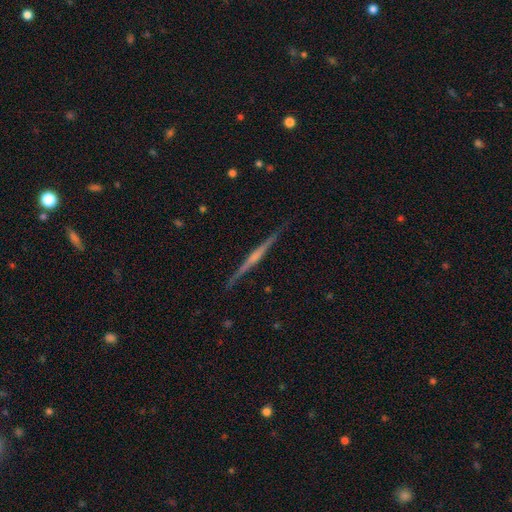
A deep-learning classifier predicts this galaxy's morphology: Smooth or featured?
  - featured or disk: 80% *
  - smooth: 13%
  - star or artifact: 7%
Edge-on disk?
  - yes: 98% *
  - no: 2%
Edge-on bulge?
  - rounded: 63% *
  - none: 25%
  - boxy: 12%
Merging?
  - none: 91% *
  - minor disturbance: 7%
  - major disturbance: 1%
  - merger: 1%